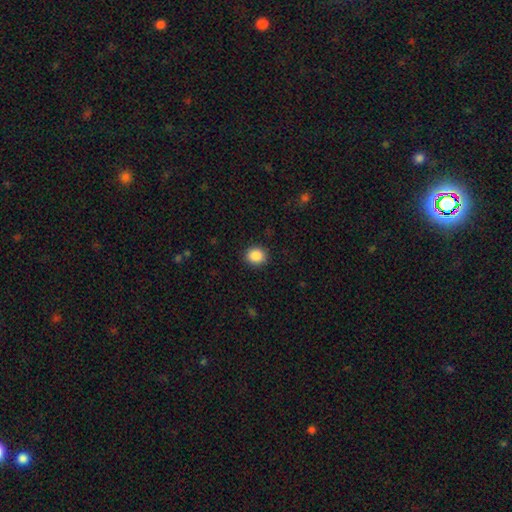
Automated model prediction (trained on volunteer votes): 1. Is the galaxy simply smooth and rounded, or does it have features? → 88% smooth, 9% star or artifact, 3% featured or disk.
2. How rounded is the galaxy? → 78% round, 21% in between, 1% cigar-shaped.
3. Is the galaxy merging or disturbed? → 91% none, 6% minor disturbance, 2% major disturbance, 1% merger.